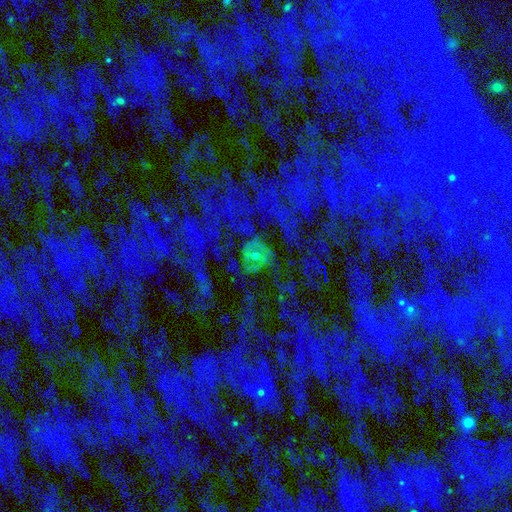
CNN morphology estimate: smooth-or-featured: star or artifact: 77% | smooth: 13% | featured or disk: 9%